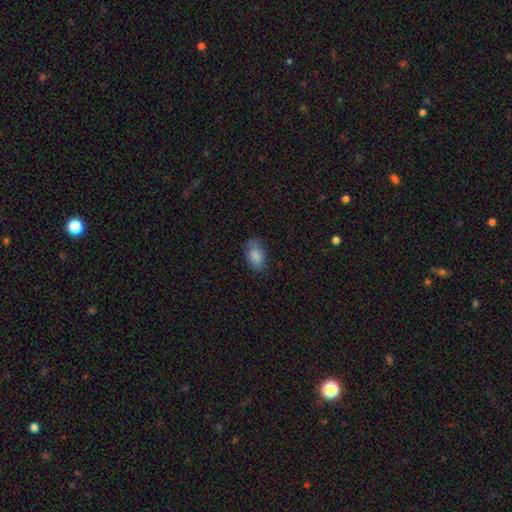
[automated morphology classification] smooth 84%, star or artifact 8%, featured or disk 7%. Down the decision tree: how rounded — in between (89%); merging — none (69%).